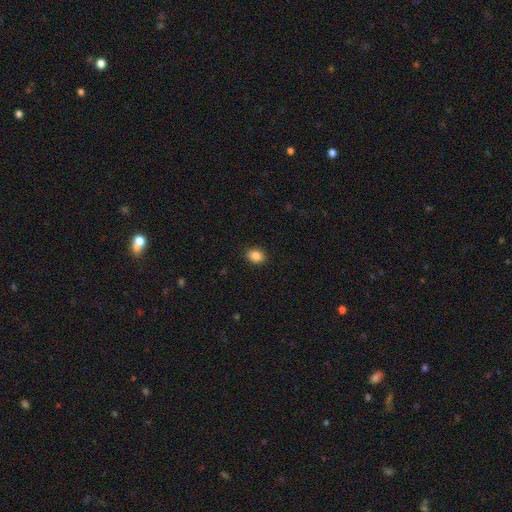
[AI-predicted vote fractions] smooth-or-featured: smooth: 86% | star or artifact: 9% | featured or disk: 5%
  how-rounded: in between: 67% | round: 32% | cigar-shaped: 1%
  merging: none: 91% | minor disturbance: 7% | major disturbance: 2% | merger: 1%